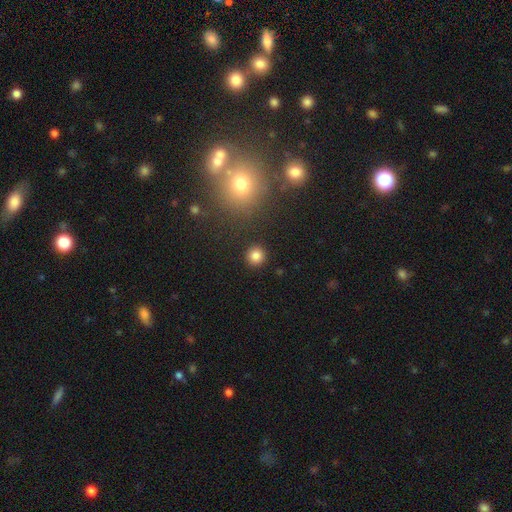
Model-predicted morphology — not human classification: A smooth galaxy with no disk features (83%) that is round (94%).

Vote fractions:
- Smooth or featured? smooth: 83% / star or artifact: 12% / featured or disk: 4%
- How rounded? round: 94% / in between: 5% / cigar-shaped: 1%
- Merging? none: 91% / minor disturbance: 5% / major disturbance: 2% / merger: 2%